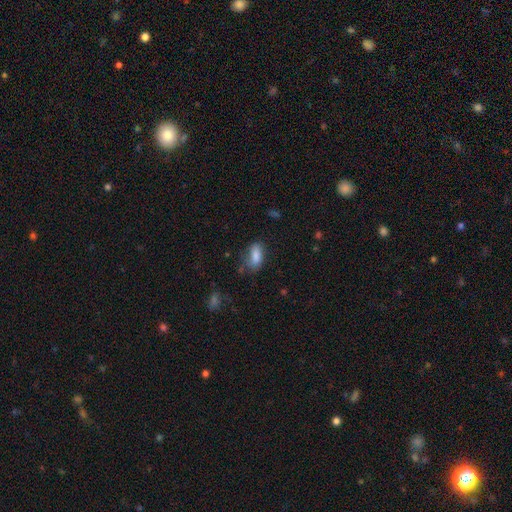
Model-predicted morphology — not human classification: type=smooth (84%); roundness=in between (86%); merging=none (61%).